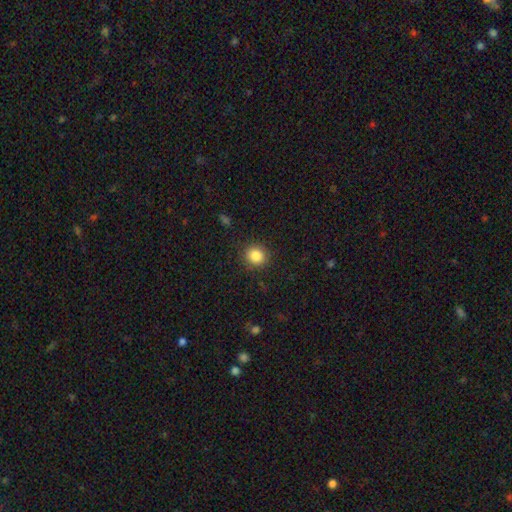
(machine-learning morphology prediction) A smooth galaxy with no disk features (85%) that is round (81%).

Vote fractions:
- Smooth or featured? smooth: 85% / star or artifact: 10% / featured or disk: 5%
- How rounded? round: 81% / in between: 18% / cigar-shaped: 1%
- Merging? none: 88% / minor disturbance: 8% / major disturbance: 3% / merger: 1%